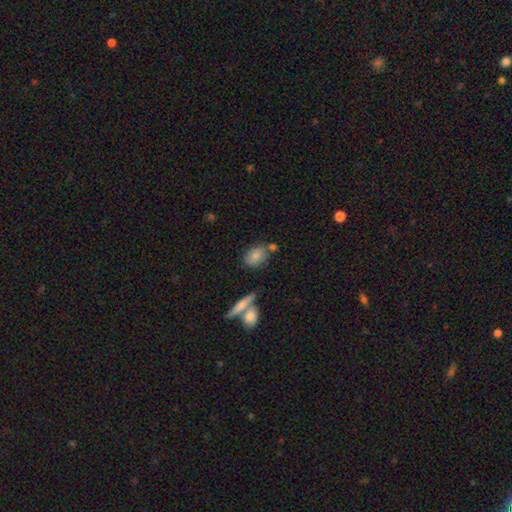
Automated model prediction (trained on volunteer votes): Smooth or featured?
  - smooth: 81% *
  - featured or disk: 11%
  - star or artifact: 8%
How rounded?
  - in between: 75% *
  - round: 21%
  - cigar-shaped: 4%
Merging?
  - none: 65% *
  - minor disturbance: 16%
  - merger: 15%
  - major disturbance: 5%